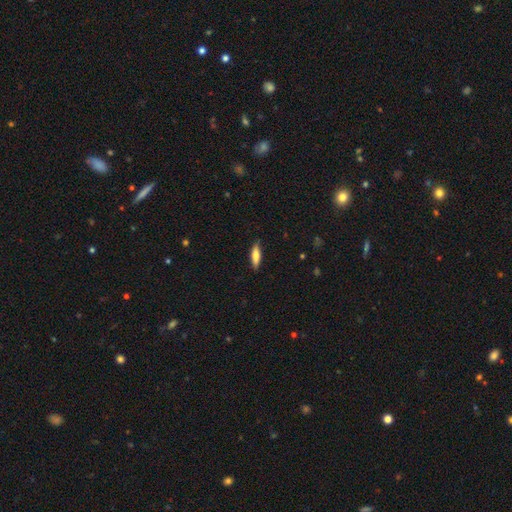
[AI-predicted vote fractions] A smooth galaxy with no disk features (71%) that is cigar-shaped (62%). Merging: none (87%).